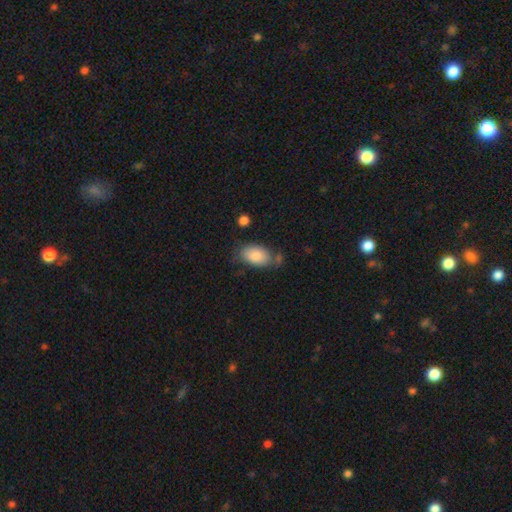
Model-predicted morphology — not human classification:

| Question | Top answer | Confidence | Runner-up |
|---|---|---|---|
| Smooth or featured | smooth | 84% | featured or disk (9%) |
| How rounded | in between | 92% | round (7%) |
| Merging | none | 60% | minor disturbance (23%) |